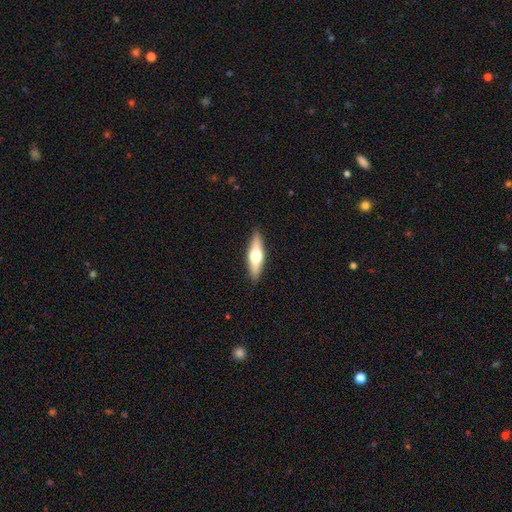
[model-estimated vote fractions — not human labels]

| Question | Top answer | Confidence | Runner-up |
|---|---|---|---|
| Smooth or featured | featured or disk | 53% | smooth (41%) |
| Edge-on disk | yes | 92% | no (8%) |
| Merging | none | 90% | minor disturbance (8%) |